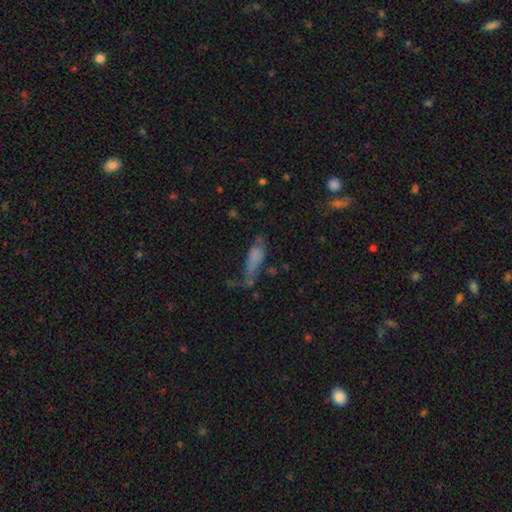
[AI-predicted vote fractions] smooth 68%, featured or disk 19%, star or artifact 13%. Down the decision tree: how rounded — in between (53%); merging — none (35%).